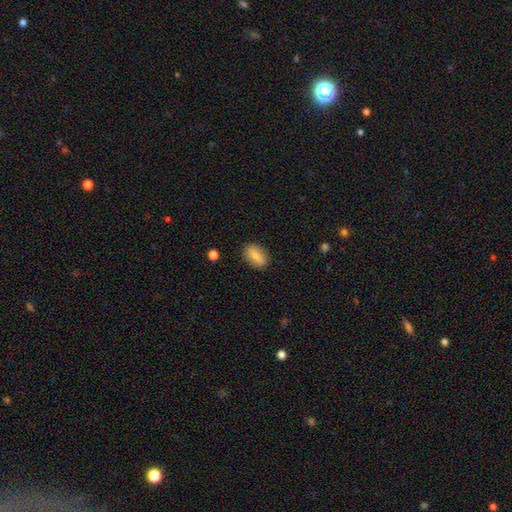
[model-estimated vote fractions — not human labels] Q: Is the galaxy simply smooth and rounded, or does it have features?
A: smooth — 77%.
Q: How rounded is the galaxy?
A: in between — 84%.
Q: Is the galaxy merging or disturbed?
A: none — 84%.